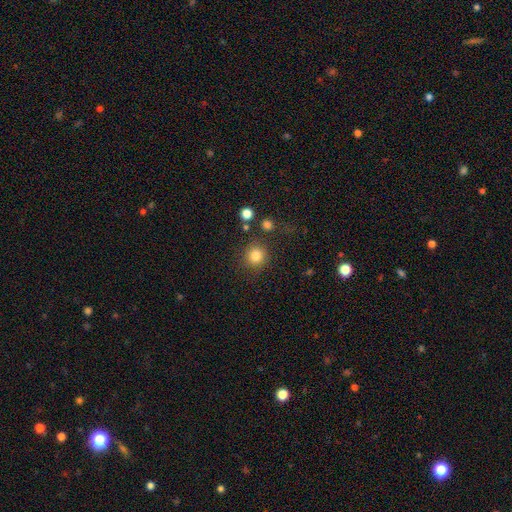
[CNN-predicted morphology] A smooth galaxy with no disk features (82%) that is round (91%).

Vote fractions:
- Smooth or featured? smooth: 82% / star or artifact: 12% / featured or disk: 6%
- How rounded? round: 91% / in between: 8% / cigar-shaped: 1%
- Merging? none: 83% / minor disturbance: 9% / merger: 5% / major disturbance: 4%